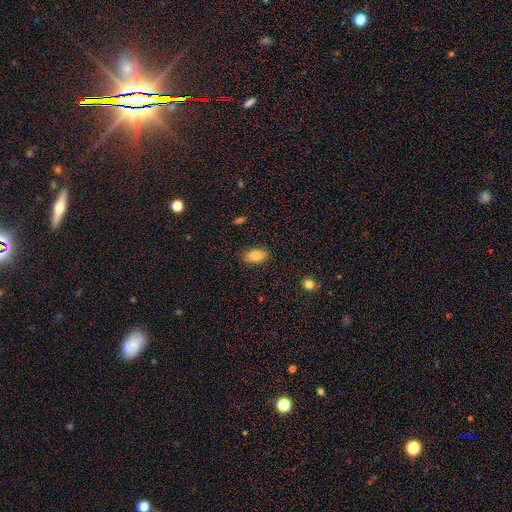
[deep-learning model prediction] Smooth or featured?
  - smooth: 84% *
  - featured or disk: 8%
  - star or artifact: 8%
How rounded?
  - in between: 91% *
  - round: 6%
  - cigar-shaped: 2%
Merging?
  - none: 85% *
  - minor disturbance: 11%
  - major disturbance: 2%
  - merger: 1%